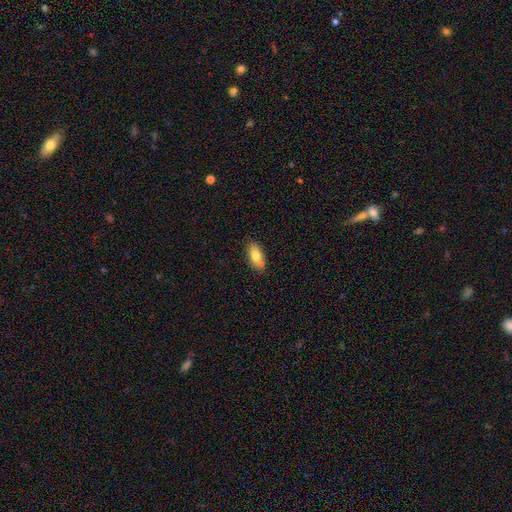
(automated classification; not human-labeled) Q: Smooth or featured?
A: smooth (79%); runner-up: featured or disk (14%)
Q: How rounded?
A: in between (87%); runner-up: cigar-shaped (9%)
Q: Merging?
A: none (71%); runner-up: minor disturbance (17%)